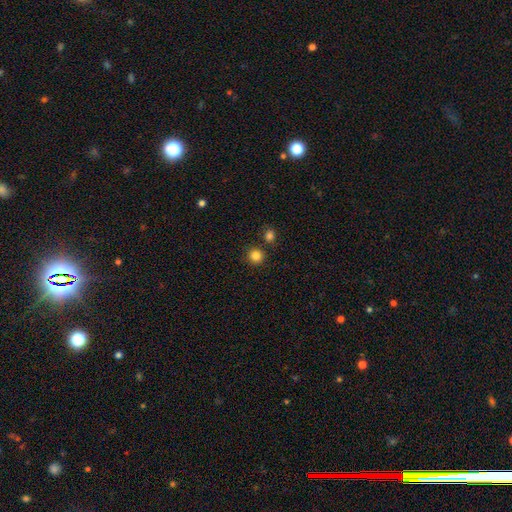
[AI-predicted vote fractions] smooth 84%, star or artifact 12%, featured or disk 4%. Down the decision tree: how rounded — round (92%); merging — none (83%).